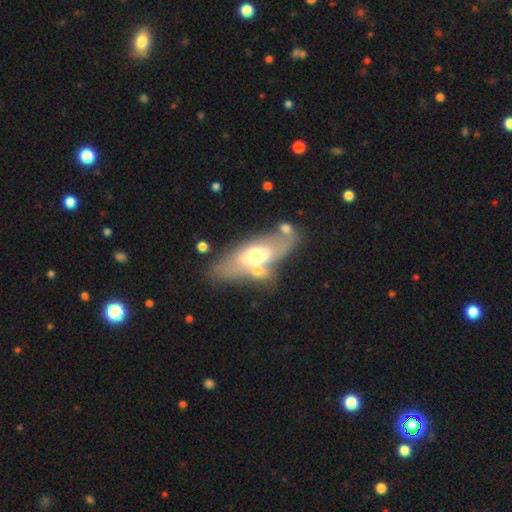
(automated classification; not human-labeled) Smooth or featured: featured or disk — 54% (smooth — 40%)
Edge-on disk: no — 79% (yes — 21%)
Merging: none — 36% (tied with merger — 36%)